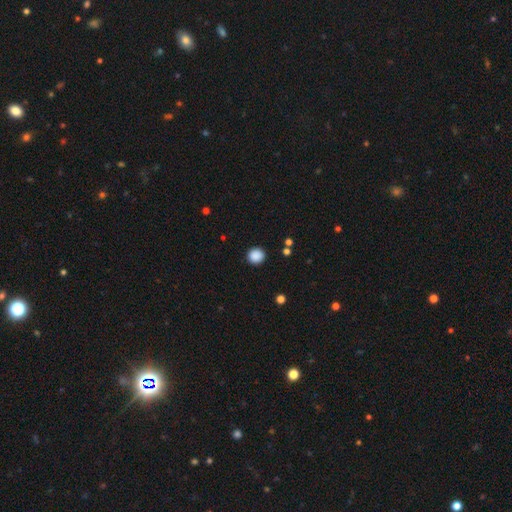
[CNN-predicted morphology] Smooth or featured: smooth — 88% (star or artifact — 10%)
How rounded: round — 91% (in between — 8%)
Merging: none — 91% (minor disturbance — 6%)